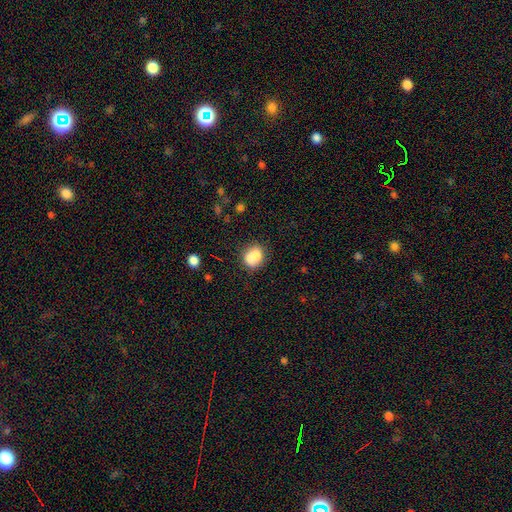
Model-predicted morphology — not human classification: This appears to be a smooth galaxy with no disk features (74%) that is round (57%). Merging: none (41%).